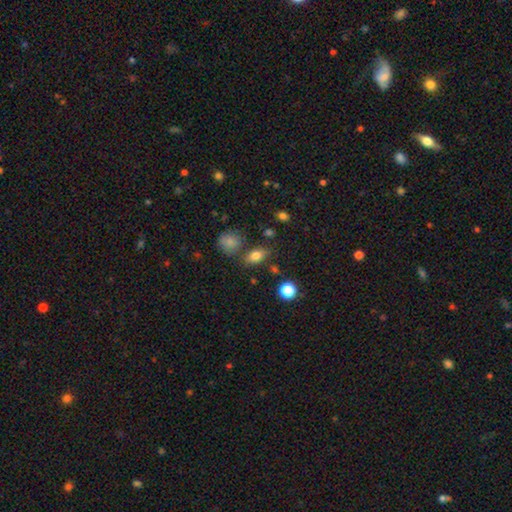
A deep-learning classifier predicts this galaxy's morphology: Smooth or featured: smooth — 79% (star or artifact — 11%)
How rounded: in between — 83% (round — 13%)
Merging: none — 75% (minor disturbance — 13%)